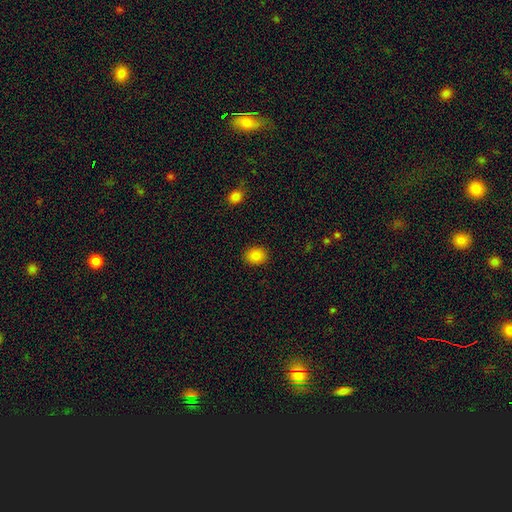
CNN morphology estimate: Overall: smooth (86%). How rounded: round (53%; in between 46%). Merging: none (90%).